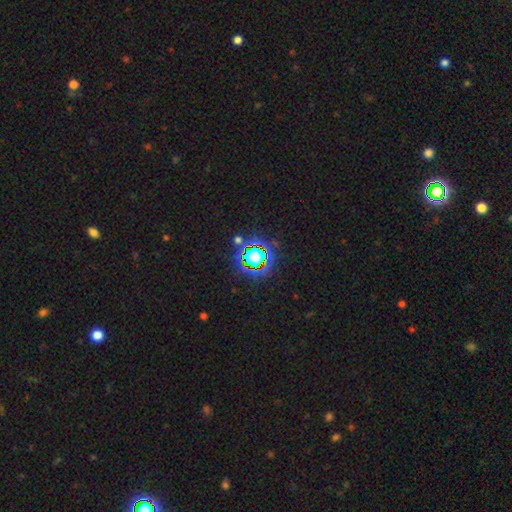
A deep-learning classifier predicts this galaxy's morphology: type=star or artifact (68%).